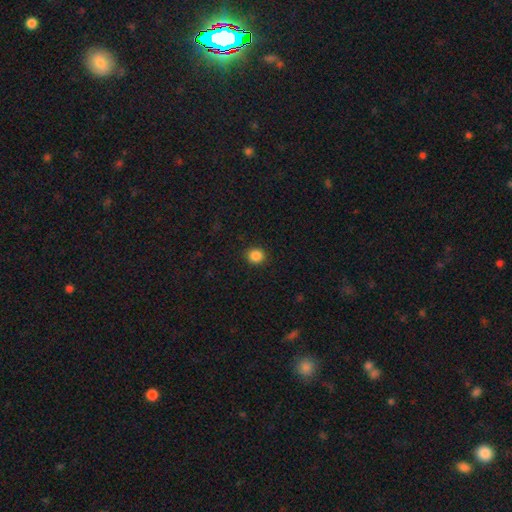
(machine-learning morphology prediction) Smooth or featured: smooth — 87% (star or artifact — 10%)
How rounded: round — 87% (in between — 12%)
Merging: none — 91% (minor disturbance — 6%)